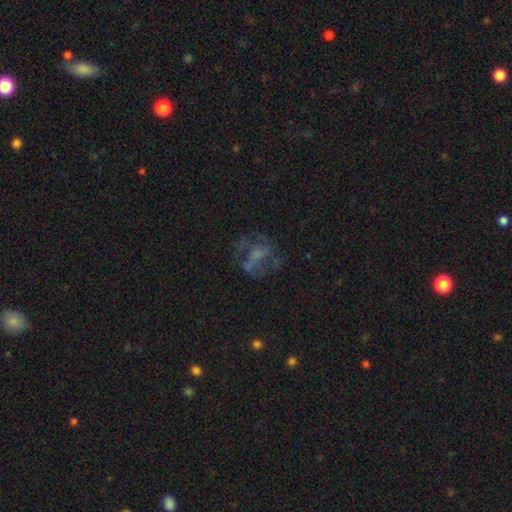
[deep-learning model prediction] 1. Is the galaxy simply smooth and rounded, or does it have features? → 55% featured or disk, 27% smooth, 19% star or artifact.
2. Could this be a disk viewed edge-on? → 96% no, 4% yes.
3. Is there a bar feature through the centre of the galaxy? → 57% no, 28% weak, 15% strong.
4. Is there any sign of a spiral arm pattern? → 61% no, 39% yes.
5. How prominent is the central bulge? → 59% none, 20% small, 14% moderate, 6% large, 1% dominant.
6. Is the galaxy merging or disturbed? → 50% none, 30% major disturbance, 16% minor disturbance, 3% merger.